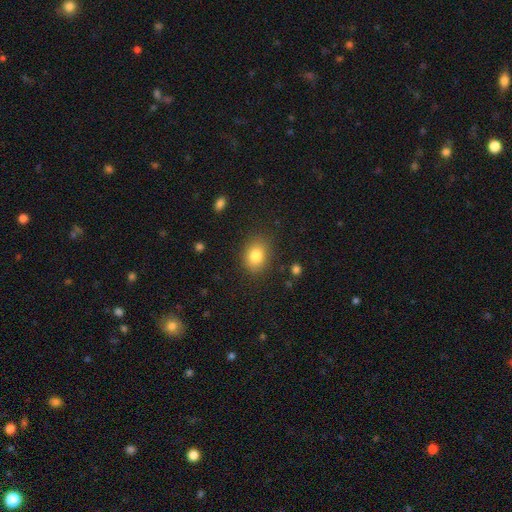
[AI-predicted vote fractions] smooth 82%, star or artifact 10%, featured or disk 8%. Down the decision tree: how rounded — in between (61%); merging — none (83%).